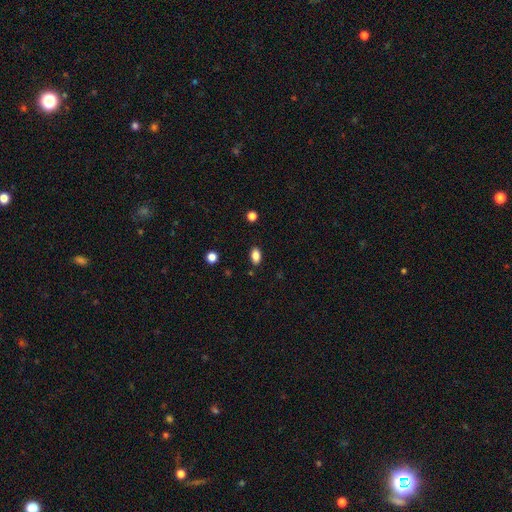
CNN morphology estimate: Smooth or featured?
  - smooth: 85% *
  - star or artifact: 10%
  - featured or disk: 5%
How rounded?
  - in between: 89% *
  - round: 9%
  - cigar-shaped: 2%
Merging?
  - none: 86% *
  - minor disturbance: 10%
  - major disturbance: 2%
  - merger: 2%